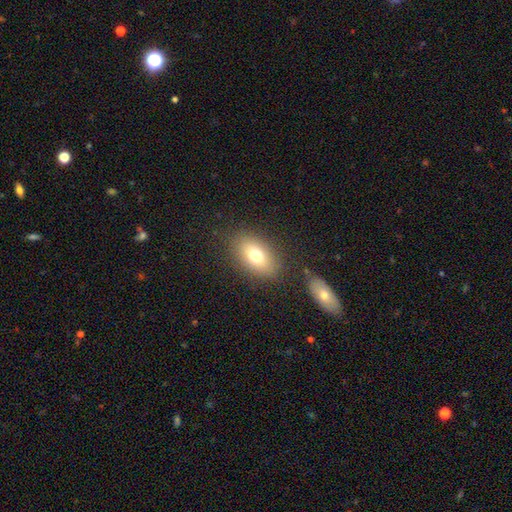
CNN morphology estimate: type=smooth (74%); roundness=in between (84%); merging=none (82%).